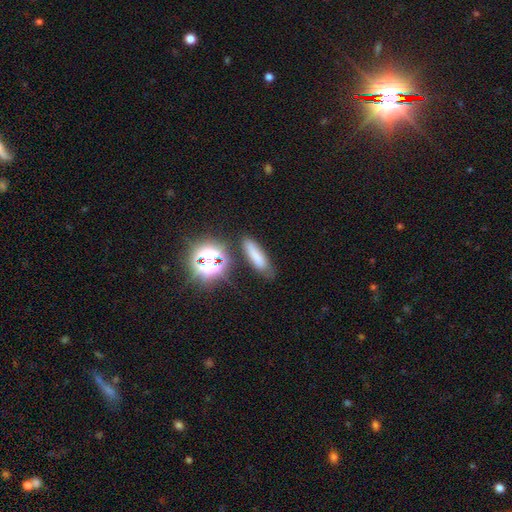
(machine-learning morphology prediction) smooth 70%, star or artifact 19%, featured or disk 11%. Down the decision tree: how rounded — cigar-shaped (58%); merging — none (76%).